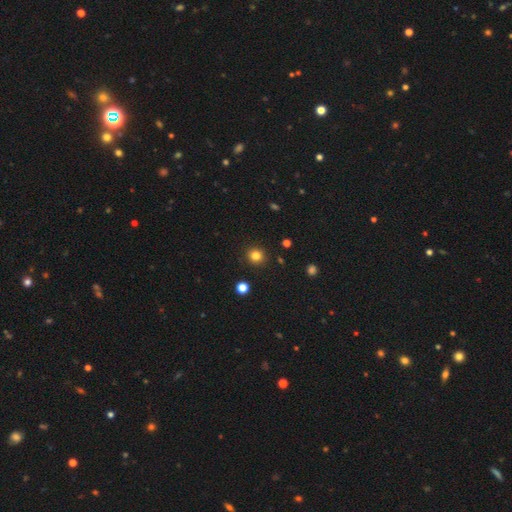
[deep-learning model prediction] This is clearly a smooth galaxy (82%). How rounded: clearly round (90%). Merging: clearly none (91%).